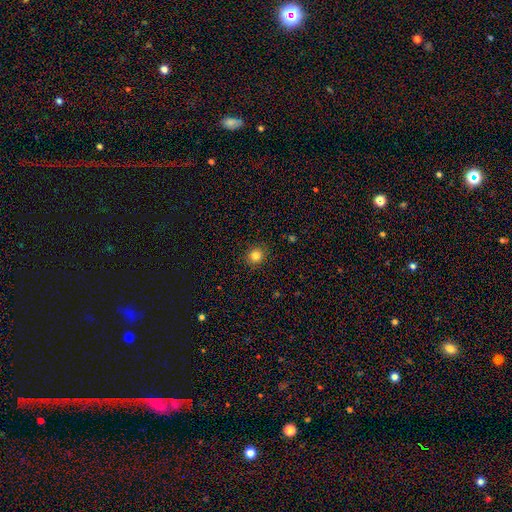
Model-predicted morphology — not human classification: smooth_or_featured: smooth (p=0.83) [alt: star or artifact p=0.12]
how_rounded: round (p=0.88) [alt: in between p=0.11]
merging: none (p=0.91) [alt: minor disturbance p=0.06]